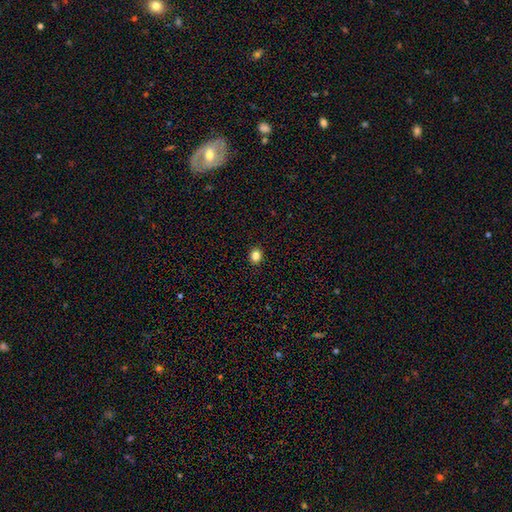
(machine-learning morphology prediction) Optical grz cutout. It shows a smooth galaxy with no disk features (83%) that is round (73%). Merging: none (92%).